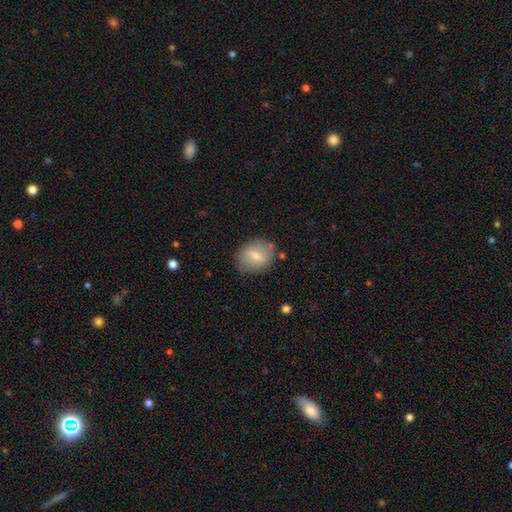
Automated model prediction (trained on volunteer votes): A smooth galaxy with no disk features (73%) that is round (65%). Merging: none (79%).